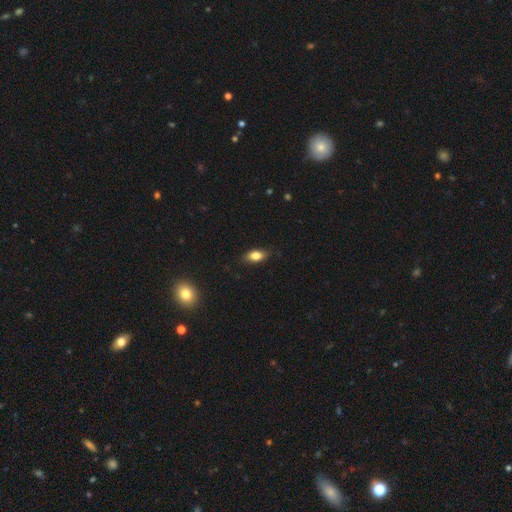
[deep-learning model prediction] This is clearly a smooth galaxy (81%). How rounded: clearly in between (86%). Merging: clearly none (82%).